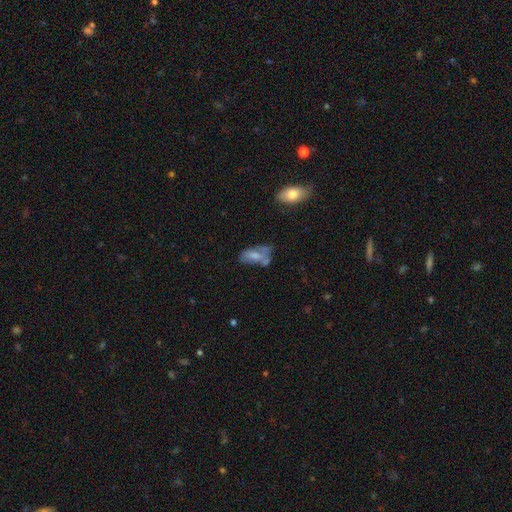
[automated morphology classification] Smooth or featured? Predicted: smooth (p=0.57). How rounded? Predicted: in between (p=0.90). Merging? Predicted: none (p=0.32).